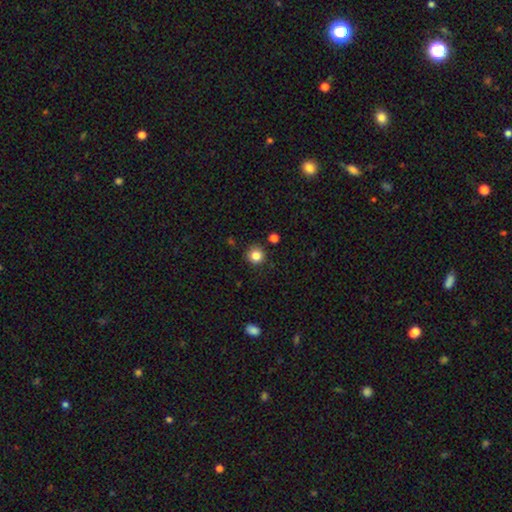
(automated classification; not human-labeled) smooth_or_featured: smooth (p=0.83) [alt: star or artifact p=0.11]
how_rounded: round (p=0.94) [alt: in between p=0.05]
merging: none (p=0.88) [alt: minor disturbance p=0.07]